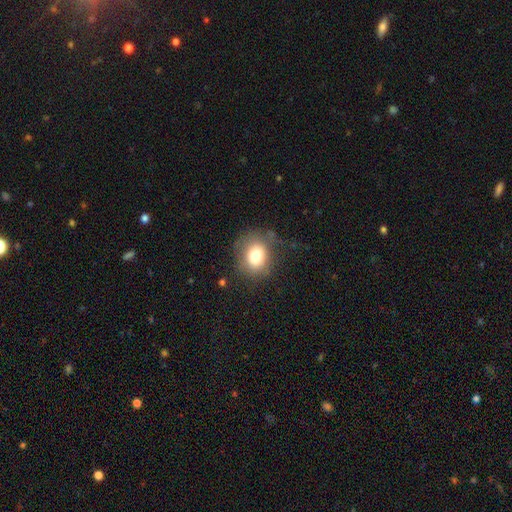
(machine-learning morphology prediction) Smooth or featured? smooth (79%)
How rounded? round (59%)
Merging? none (72%)